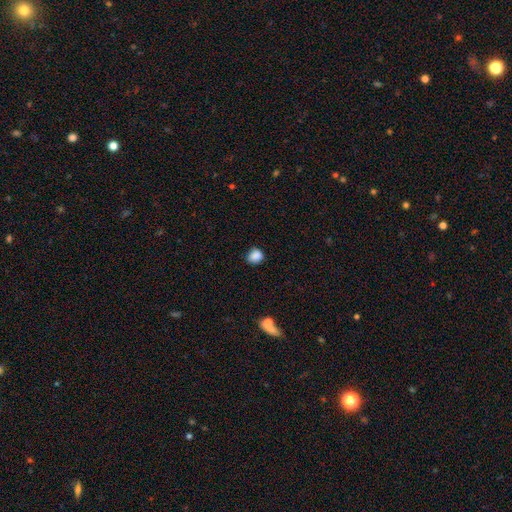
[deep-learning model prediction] This is clearly a smooth galaxy (85%). How rounded: likely round (65%). Merging: likely none (71%).